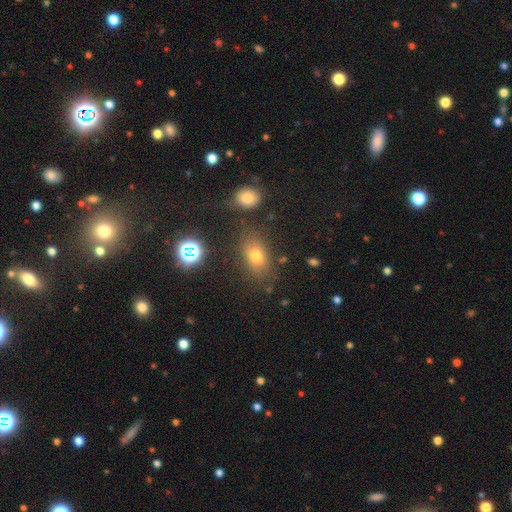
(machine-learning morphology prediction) Smooth or featured? Predicted: smooth (p=0.68). How rounded? Predicted: in between (p=0.75). Merging? Predicted: none (p=0.75).